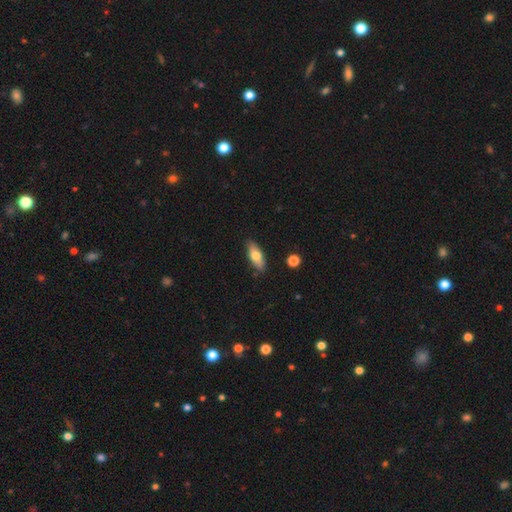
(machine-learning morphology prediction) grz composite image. It shows a smooth galaxy with no disk features (69%) that is in between round and cigar-shaped (71%). Merging: none (85%).